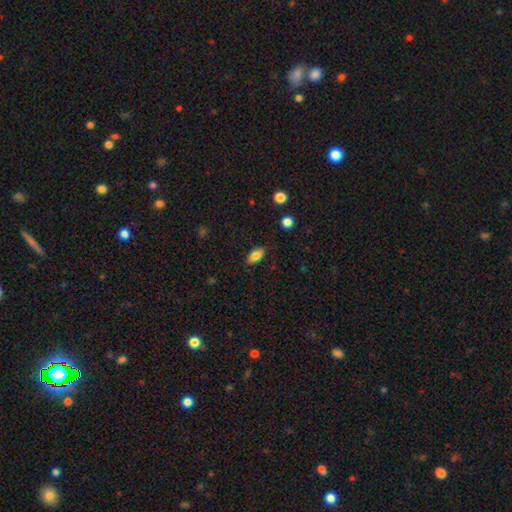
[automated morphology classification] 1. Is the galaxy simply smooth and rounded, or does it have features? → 82% smooth, 9% featured or disk, 8% star or artifact.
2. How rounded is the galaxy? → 89% in between, 6% cigar-shaped, 4% round.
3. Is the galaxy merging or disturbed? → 85% none, 11% minor disturbance, 3% major disturbance, 1% merger.